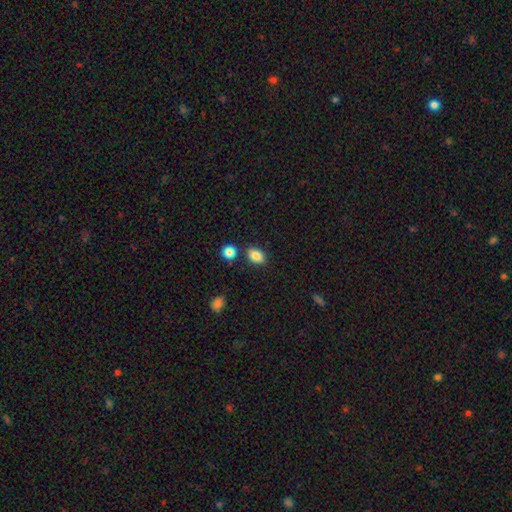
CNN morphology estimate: Overall: smooth (85%). How rounded: in between (81%). Merging: none (77%).